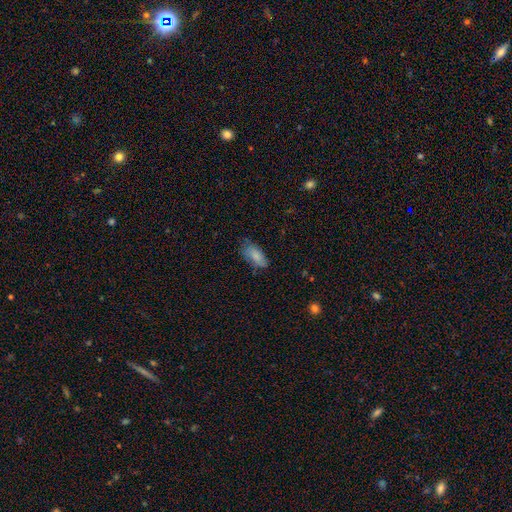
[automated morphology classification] The model was most divided on "merging": none: 66%, minor disturbance: 26%, major disturbance: 6%, merger: 2%. More confident: how rounded — in between (89%); smooth or featured — smooth (83%).